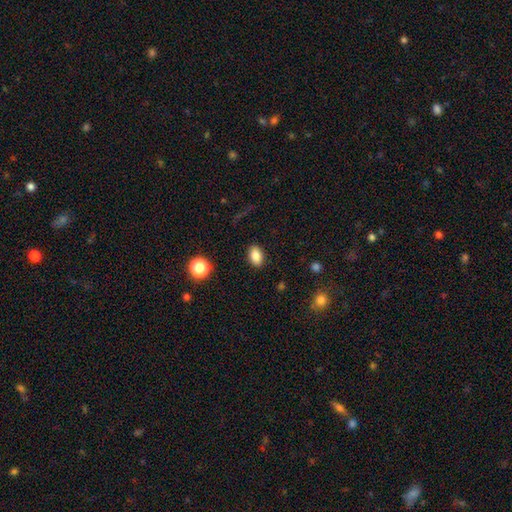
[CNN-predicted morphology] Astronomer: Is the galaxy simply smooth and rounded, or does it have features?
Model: smooth — 85%.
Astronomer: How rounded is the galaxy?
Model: in between — 86%.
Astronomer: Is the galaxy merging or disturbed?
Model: none — 89%.